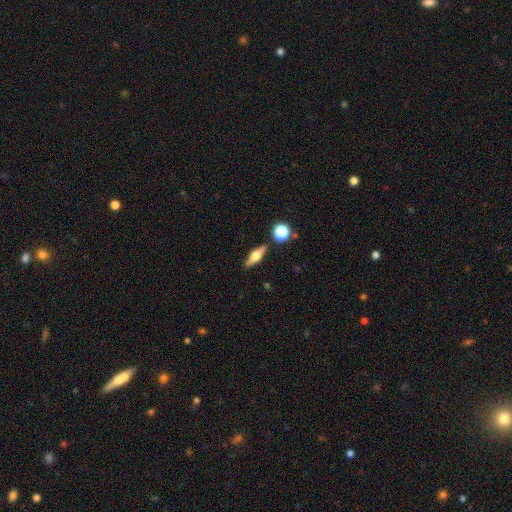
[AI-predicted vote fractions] Smooth or featured? featured or disk (57%)
Edge-on disk? yes (94%)
Edge-on bulge? rounded (92%)
Merging? none (85%)